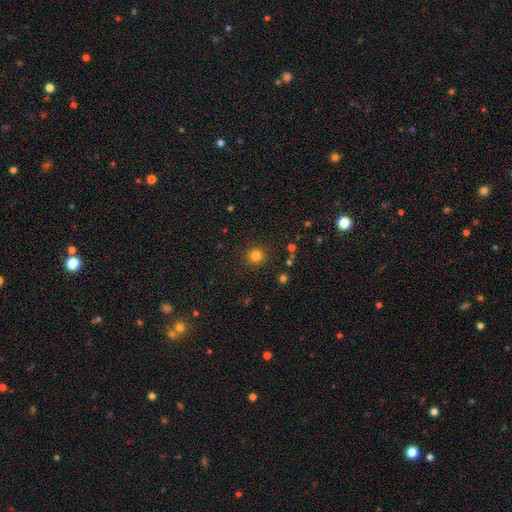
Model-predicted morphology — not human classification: Overall: smooth (82%). How rounded: round (90%). Merging: none (90%).